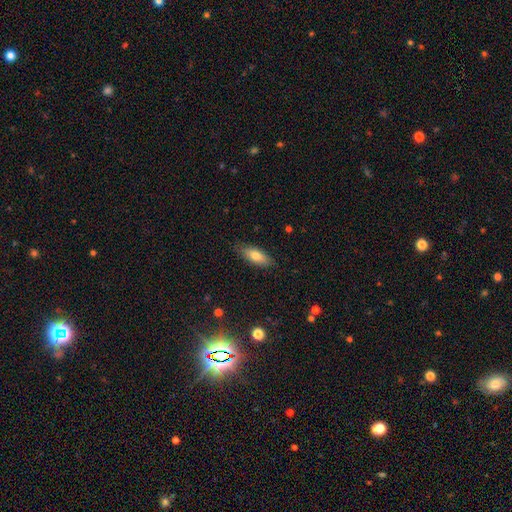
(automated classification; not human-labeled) Overall: smooth (73%). How rounded: in between (73%). Merging: none (83%).